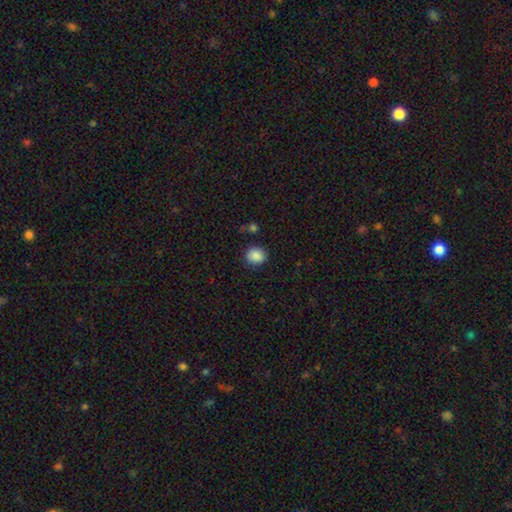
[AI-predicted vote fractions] Smooth or featured? smooth (87%)
How rounded? round (77%)
Merging? none (83%)